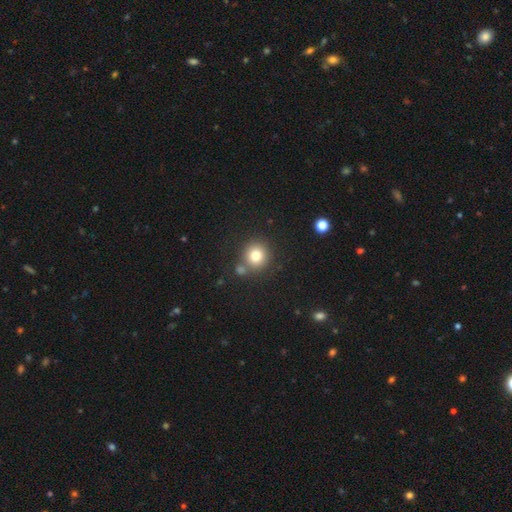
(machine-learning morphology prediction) This appears to be a smooth galaxy with no disk features (78%) that is round (91%). Merging: none (75%).